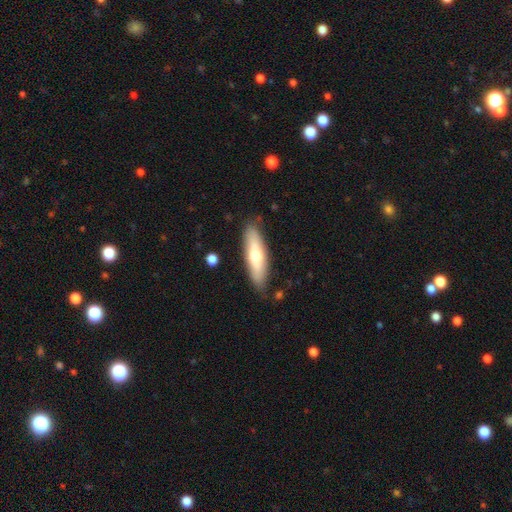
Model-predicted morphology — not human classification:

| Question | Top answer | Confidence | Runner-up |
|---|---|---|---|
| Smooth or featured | smooth | 59% | featured or disk (36%) |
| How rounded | cigar-shaped | 61% | in between (37%) |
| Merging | none | 84% | minor disturbance (12%) |